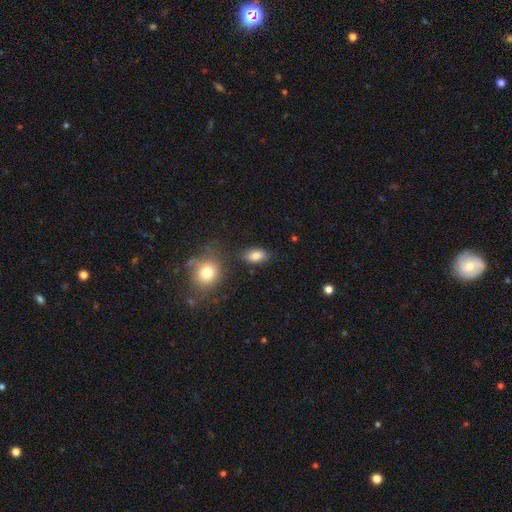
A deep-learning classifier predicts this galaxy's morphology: This is clearly a smooth galaxy (85%). How rounded: clearly in between (88%). Merging: likely none (77%).